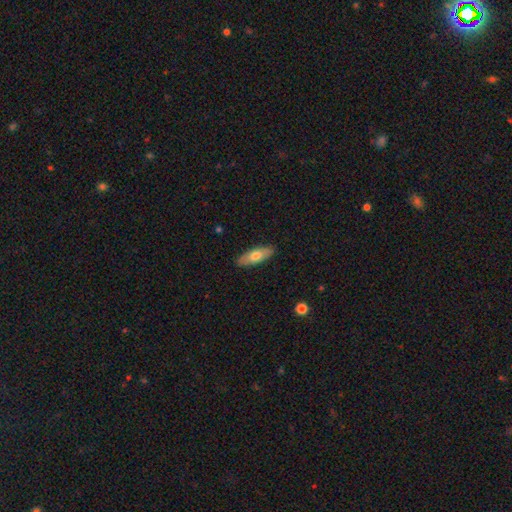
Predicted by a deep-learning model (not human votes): Smooth or featured: smooth — 67% (featured or disk — 27%)
How rounded: in between — 61% (cigar-shaped — 36%)
Merging: none — 89% (minor disturbance — 9%)